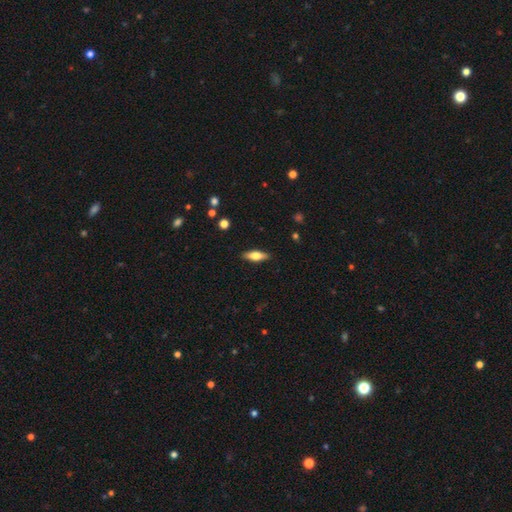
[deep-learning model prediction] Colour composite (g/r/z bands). It shows a smooth galaxy with no disk features (60%) that is in between round and cigar-shaped (58%). Merging: none (89%).